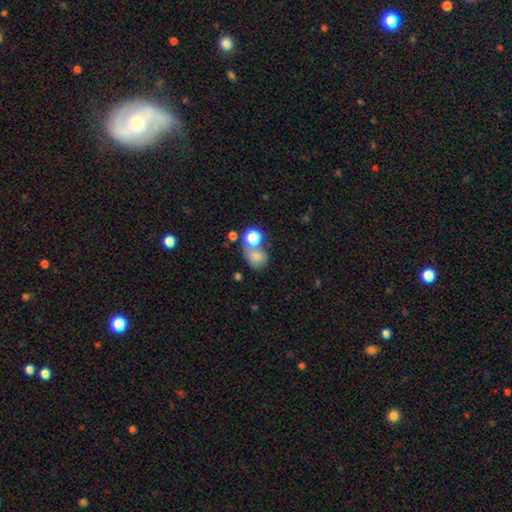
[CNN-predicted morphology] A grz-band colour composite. It shows a smooth galaxy with no disk features (72%) that is round (62%). Merging: none (39%).